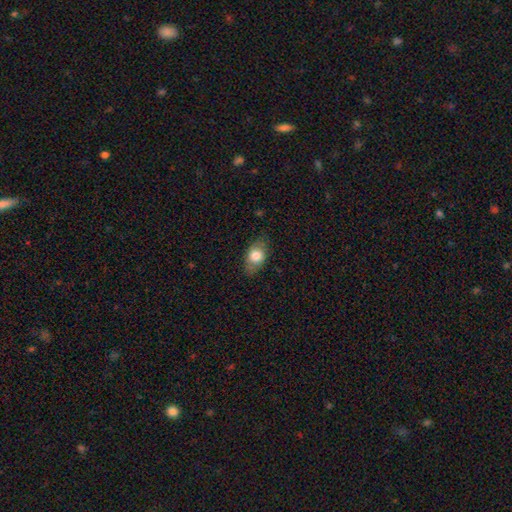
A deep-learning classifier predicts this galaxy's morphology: A smooth galaxy with no disk features (75%) that is in between round and cigar-shaped (82%). Merging: none (78%).